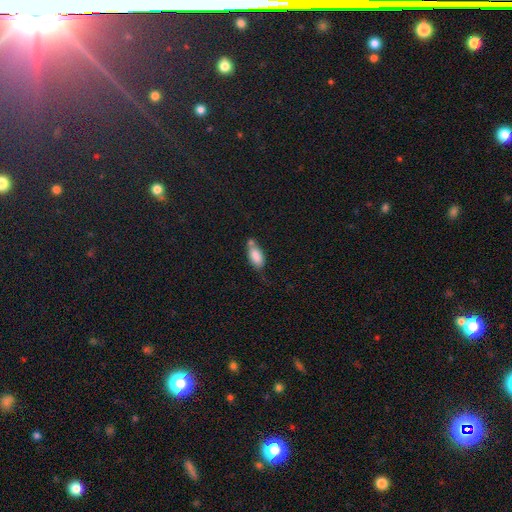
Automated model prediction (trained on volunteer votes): A smooth galaxy with no disk features (83%) that is in between round and cigar-shaped (87%). Merging: none (45%).